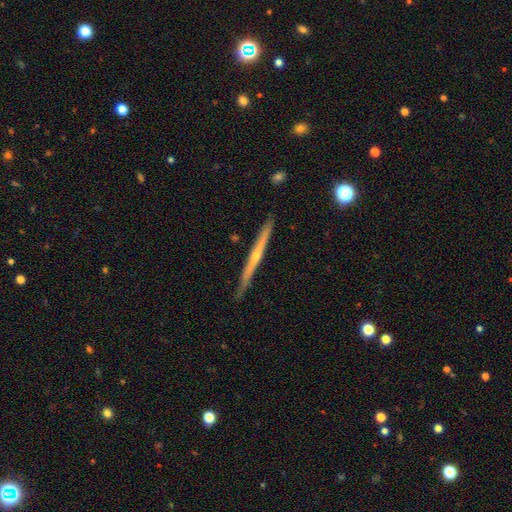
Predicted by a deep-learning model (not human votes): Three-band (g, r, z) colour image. It shows a featured or disk galaxy (73%) viewed edge-on (98%) with a rounded central bulge (63%). Merging: none (90%).